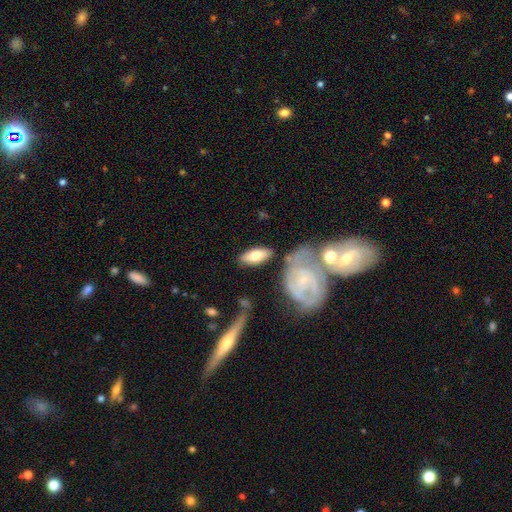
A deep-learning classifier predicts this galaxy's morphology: Q: Smooth or featured?
A: smooth (62%); runner-up: featured or disk (32%)
Q: How rounded?
A: in between (81%); runner-up: cigar-shaped (16%)
Q: Merging?
A: none (73%); runner-up: minor disturbance (14%)